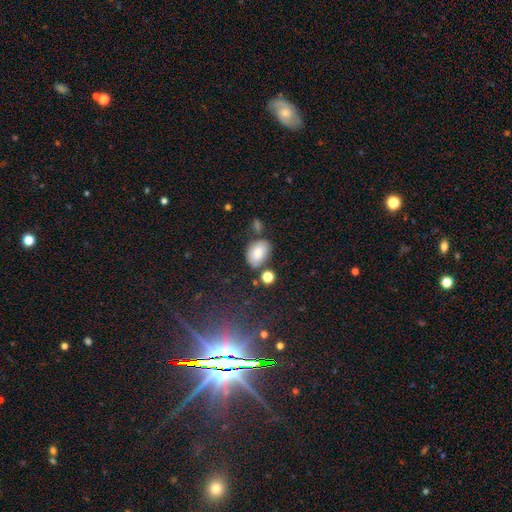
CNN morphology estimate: A smooth galaxy with no disk features (63%) that is in between round and cigar-shaped (74%). Merging: none (75%).